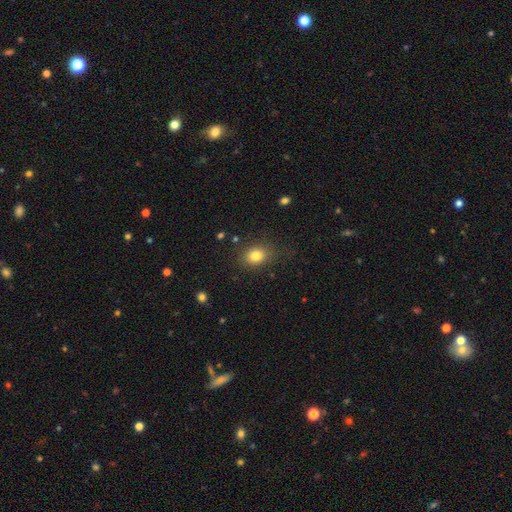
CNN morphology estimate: Smooth or featured?
  - smooth: 80% *
  - star or artifact: 11%
  - featured or disk: 8%
How rounded?
  - in between: 53% *
  - round: 46%
  - cigar-shaped: 1%
Merging?
  - none: 78% *
  - minor disturbance: 15%
  - major disturbance: 5%
  - merger: 2%